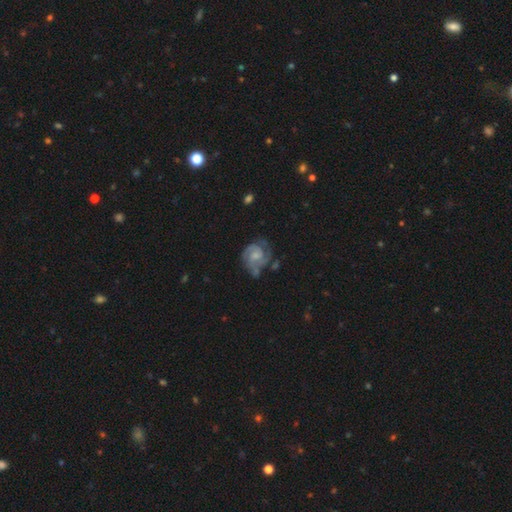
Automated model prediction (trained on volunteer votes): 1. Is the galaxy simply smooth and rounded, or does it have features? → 81% featured or disk, 13% smooth, 6% star or artifact.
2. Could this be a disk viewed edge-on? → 98% no, 2% yes.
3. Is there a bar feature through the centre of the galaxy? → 62% no, 33% weak, 5% strong.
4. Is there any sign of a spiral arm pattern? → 95% yes, 5% no.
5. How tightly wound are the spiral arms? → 54% tight, 37% medium, 9% loose.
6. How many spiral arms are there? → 48% 2, 25% 3, 16% can't tell, 4% 1, 4% 4, 3% more than 4.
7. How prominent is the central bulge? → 41% small, 38% moderate, 16% none, 5% large, 1% dominant.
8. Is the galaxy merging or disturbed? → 53% none, 25% minor disturbance, 15% major disturbance, 7% merger.